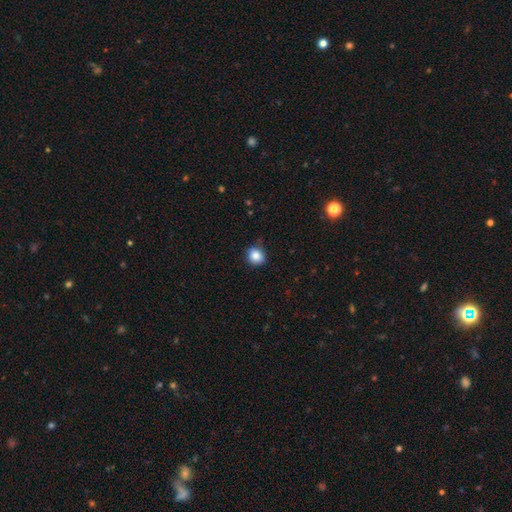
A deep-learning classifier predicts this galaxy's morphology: This appears to be a smooth galaxy with no disk features (84%) that is round (81%). Merging: none (84%).